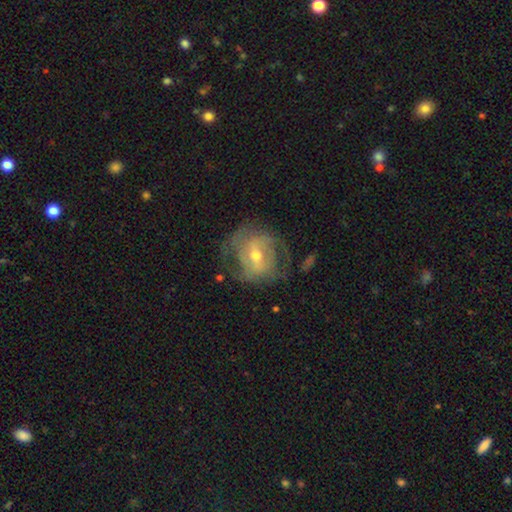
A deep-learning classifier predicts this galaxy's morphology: smooth-or-featured: featured or disk: 73% | smooth: 19% | star or artifact: 7%
  disk-edge-on: no: 96% | yes: 4%
    bar: weak: 45% | strong: 28% | no: 26%
    has-spiral-arms: yes: 74% | no: 26%
      spiral-winding: tight: 40% | medium: 39% | loose: 20%
      spiral-arm-count: 2: 46% | can't tell: 34% | 3: 9% | 1: 5% | 4: 3% | more than 4: 2%
    bulge-size: moderate: 60% | small: 34% | large: 3% | none: 1% | dominant: 1%
  merging: none: 57% | minor disturbance: 22% | major disturbance: 19% | merger: 2%